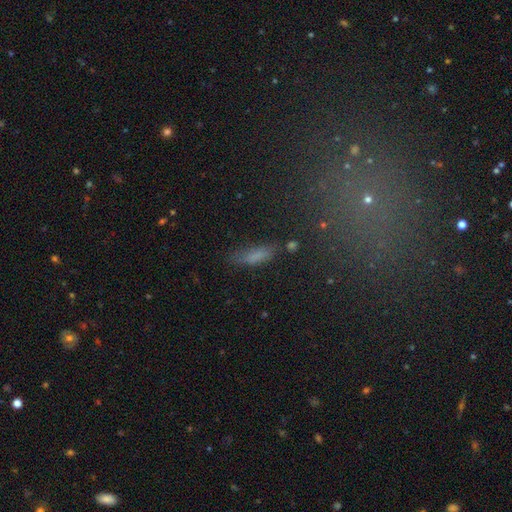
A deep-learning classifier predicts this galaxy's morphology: type=smooth (68%); roundness=cigar-shaped (54%); merging=none (64%).